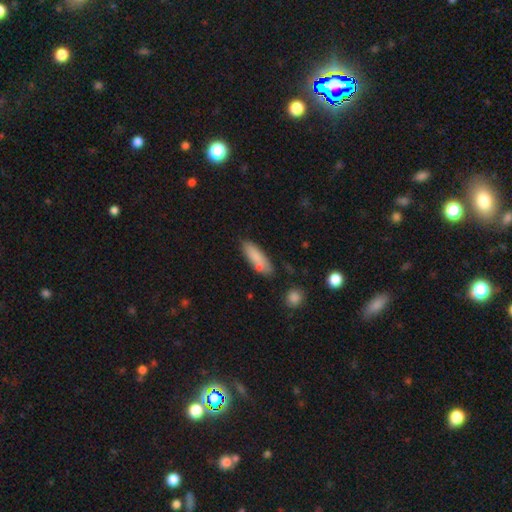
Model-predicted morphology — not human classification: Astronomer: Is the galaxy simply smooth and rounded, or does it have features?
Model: smooth — 81%.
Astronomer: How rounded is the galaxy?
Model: in between — 53% (runner-up: cigar-shaped, 45%).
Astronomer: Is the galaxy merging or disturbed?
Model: none — 69%.